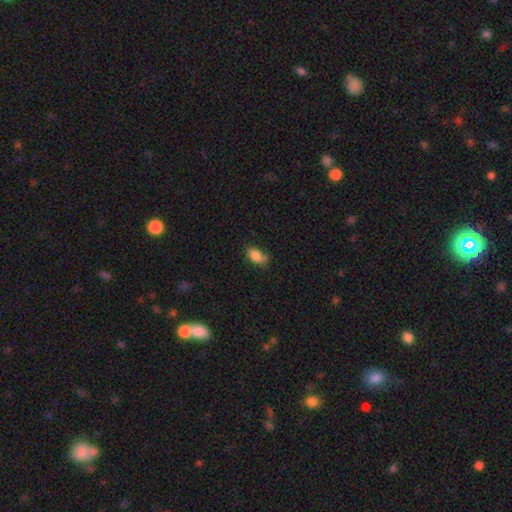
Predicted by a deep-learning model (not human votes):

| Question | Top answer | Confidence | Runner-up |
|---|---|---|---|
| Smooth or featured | smooth | 85% | star or artifact (9%) |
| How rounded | in between | 88% | round (9%) |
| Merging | none | 59% | minor disturbance (29%) |